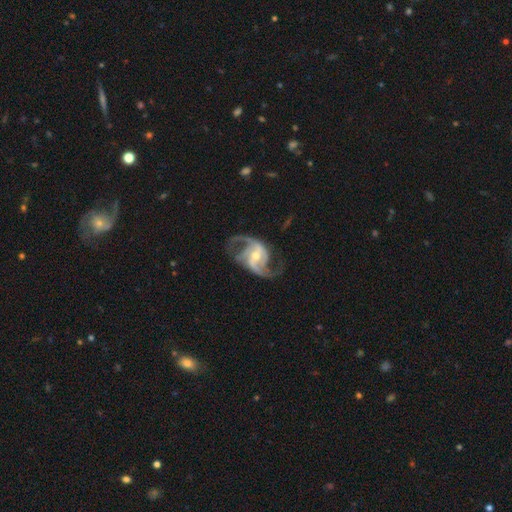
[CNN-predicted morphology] Overall: featured or disk (91%). Edge-on disk: no (97%). Bar: weak (40%; no 31%). Spiral arms: yes (97%). Spiral arm count: 2 (81%). Spiral winding: medium (45%, tied with loose). Bulge size: moderate (53%; small 43%). Merging: none (67%).